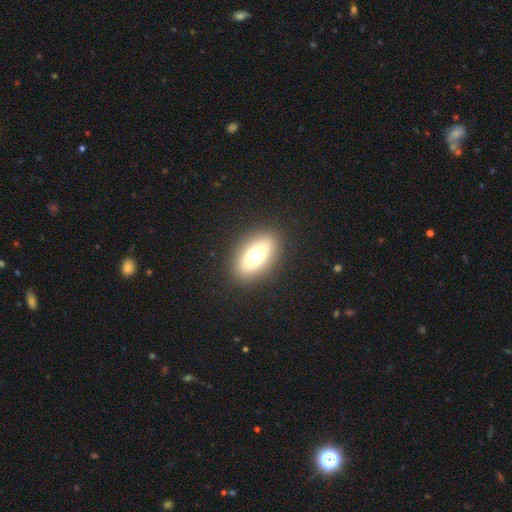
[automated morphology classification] smooth 69%, featured or disk 22%, star or artifact 10%. Down the decision tree: how rounded — in between (82%); merging — none (89%).